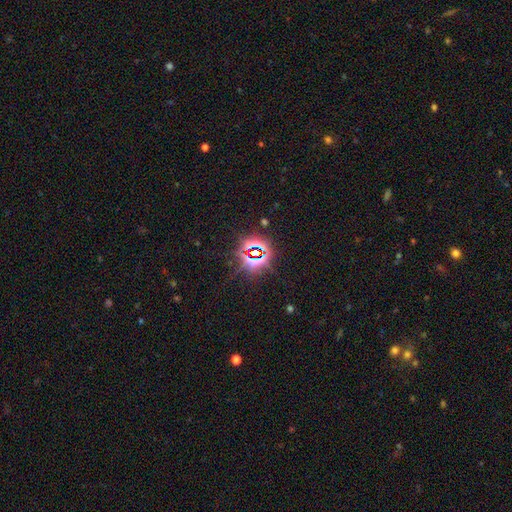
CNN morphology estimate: type=star or artifact (80%).